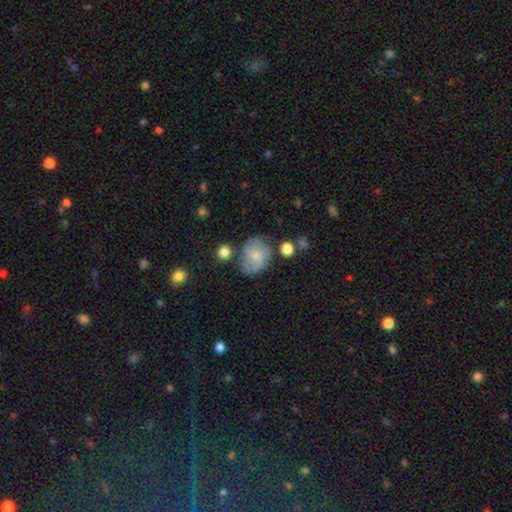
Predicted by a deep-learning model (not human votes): This is possibly a smooth galaxy (49%). Merging: possibly none (55%).